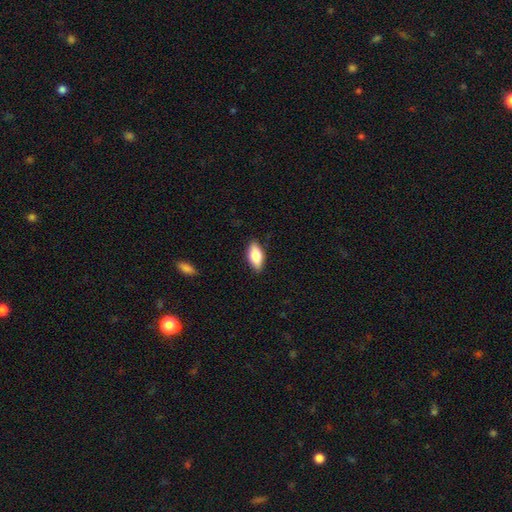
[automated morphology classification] smooth 75%, featured or disk 19%, star or artifact 6%. Down the decision tree: how rounded — in between (82%); merging — none (86%).